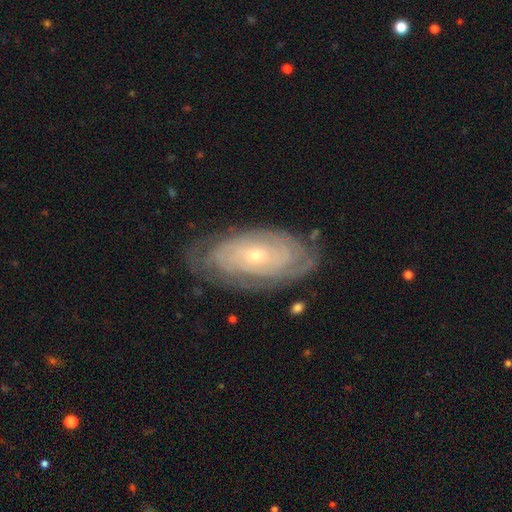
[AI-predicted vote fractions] smooth_or_featured: featured or disk (p=0.79) [alt: smooth p=0.15]
disk_edge_on: no (p=0.93) [alt: yes p=0.07]
bar: no (p=0.75) [alt: weak p=0.20]
has_spiral_arms: yes (p=0.91) [alt: no p=0.09]
spiral_winding: tight (p=0.81) [alt: medium p=0.15]
spiral_arm_count: can't tell (p=0.54) [alt: 2 p=0.16]
bulge_size: small (p=0.64) [alt: moderate p=0.33]
merging: none (p=0.76) [alt: minor disturbance p=0.18]